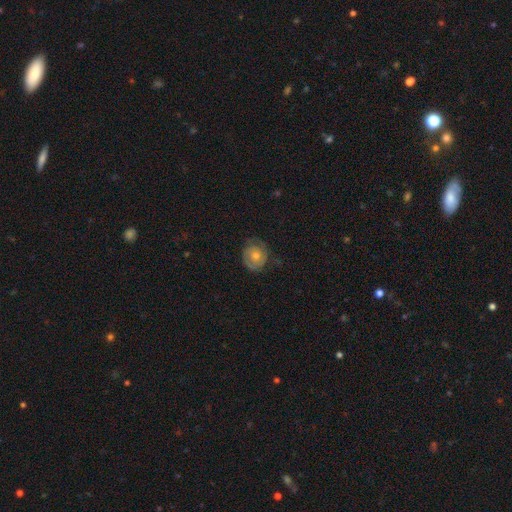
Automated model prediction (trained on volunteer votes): Q: Smooth or featured?
A: featured or disk (55%); runner-up: smooth (36%)
Q: Edge-on disk?
A: no (96%); runner-up: yes (4%)
Q: Bar?
A: no (83%); runner-up: weak (14%)
Q: Spiral arms?
A: yes (71%); runner-up: no (29%)
Q: Bulge size?
A: moderate (62%); runner-up: small (32%)
Q: Merging?
A: none (73%); runner-up: minor disturbance (19%)